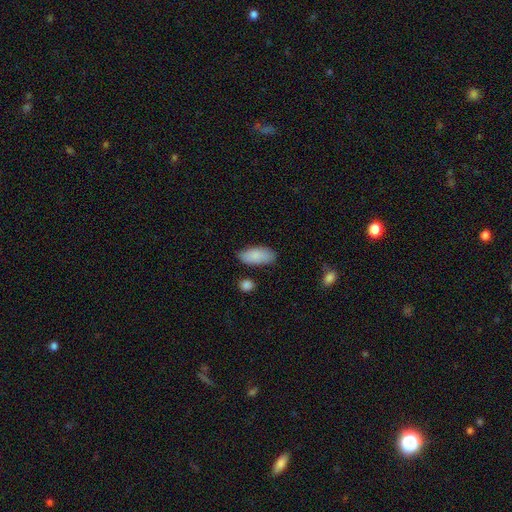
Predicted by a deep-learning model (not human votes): Smooth or featured? Predicted: smooth (p=0.87). How rounded? Predicted: in between (p=0.90). Merging? Predicted: none (p=0.78).